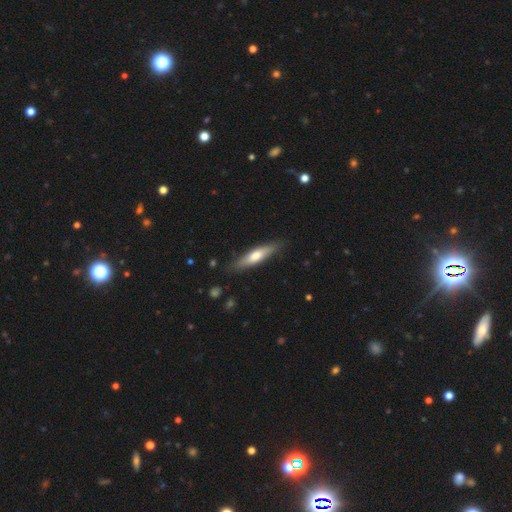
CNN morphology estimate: A smooth galaxy with no disk features (60%) that is cigar-shaped (76%). Merging: none (83%).